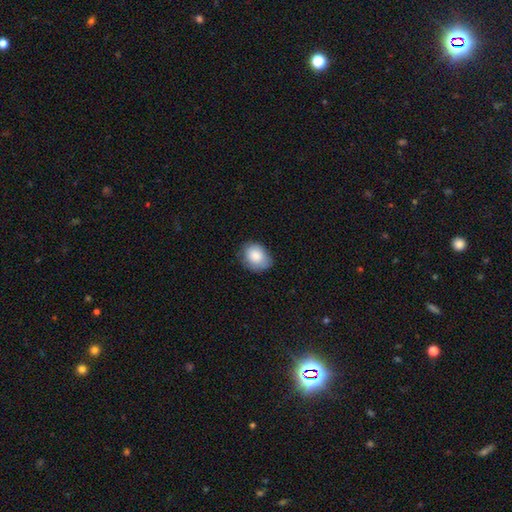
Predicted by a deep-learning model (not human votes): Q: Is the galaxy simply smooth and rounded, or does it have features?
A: smooth — 85%.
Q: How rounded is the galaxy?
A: in between — 61%.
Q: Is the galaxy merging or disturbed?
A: none — 75%.